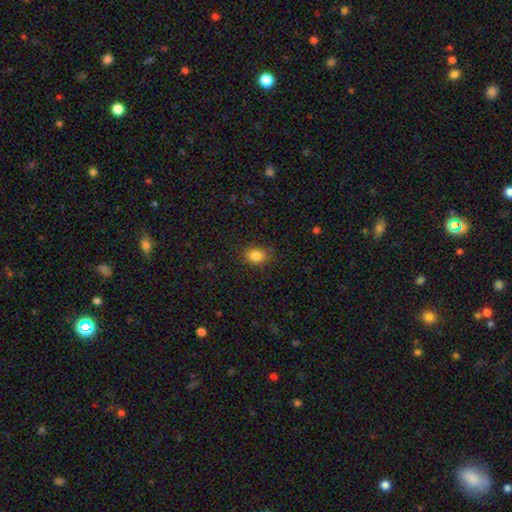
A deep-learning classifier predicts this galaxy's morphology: smooth-or-featured: smooth: 84% | star or artifact: 10% | featured or disk: 6%
  how-rounded: in between: 57% | round: 42% | cigar-shaped: 1%
  merging: none: 83% | minor disturbance: 13% | major disturbance: 3% | merger: 1%